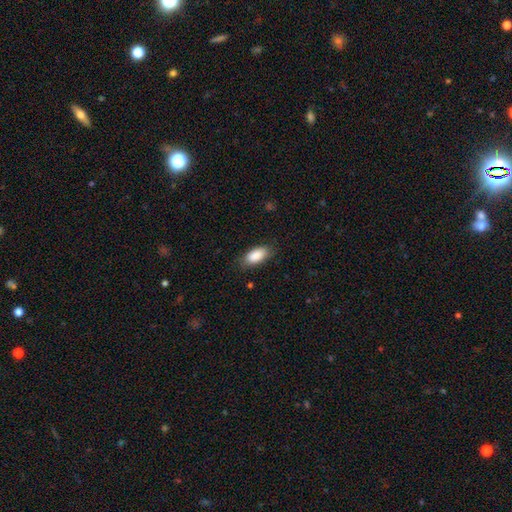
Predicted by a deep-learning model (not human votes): Smooth or featured? smooth (88%)
How rounded? in between (90%)
Merging? none (82%)